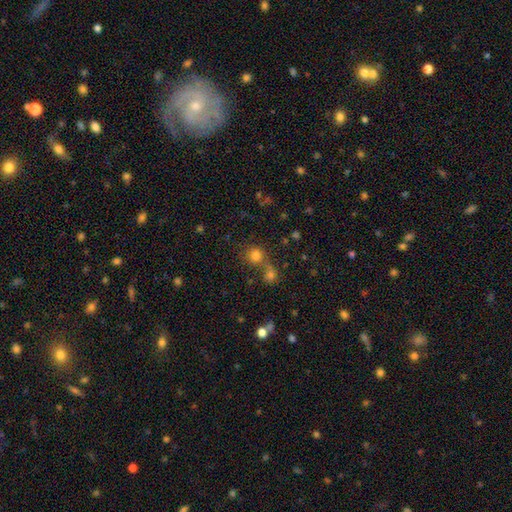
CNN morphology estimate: A smooth galaxy with no disk features (77%) that is round (89%).

Vote fractions:
- Smooth or featured? smooth: 77% / star or artifact: 15% / featured or disk: 8%
- How rounded? round: 89% / in between: 10% / cigar-shaped: 1%
- Merging? none: 54% / merger: 35% / minor disturbance: 7% / major disturbance: 4%